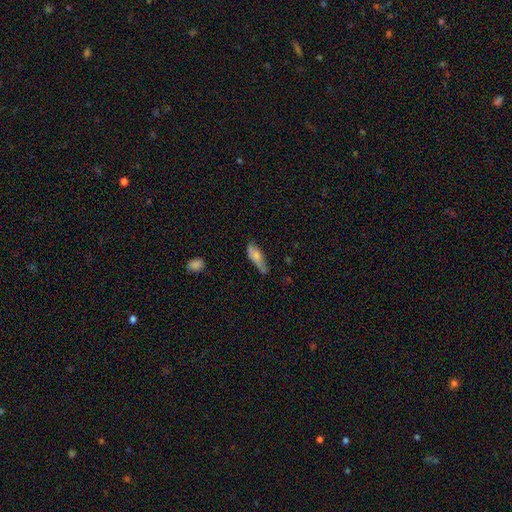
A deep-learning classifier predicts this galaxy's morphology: This appears to be a smooth galaxy with no disk features (69%) that is in between round and cigar-shaped (56%). Merging: none (48%).